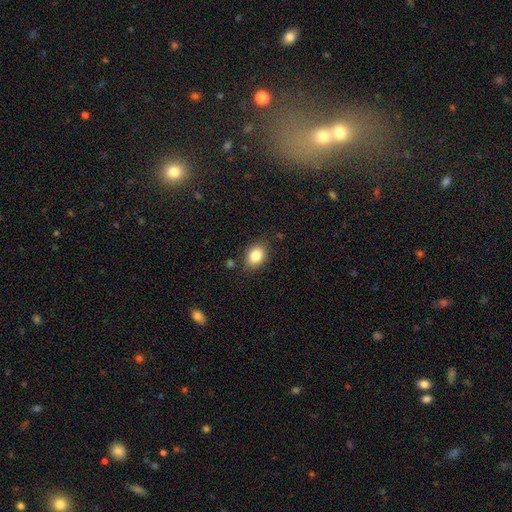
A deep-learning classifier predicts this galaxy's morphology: Smooth or featured? smooth (83%)
How rounded? in between (72%)
Merging? none (82%)